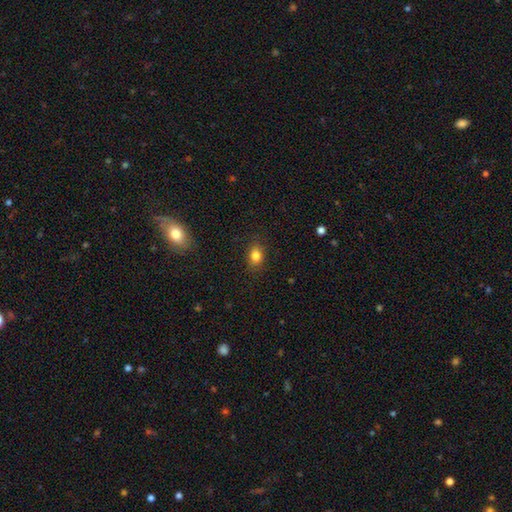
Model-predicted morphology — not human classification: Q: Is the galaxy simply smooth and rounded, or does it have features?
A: smooth — 83%.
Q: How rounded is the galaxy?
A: in between — 61%.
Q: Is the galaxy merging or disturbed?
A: none — 85%.